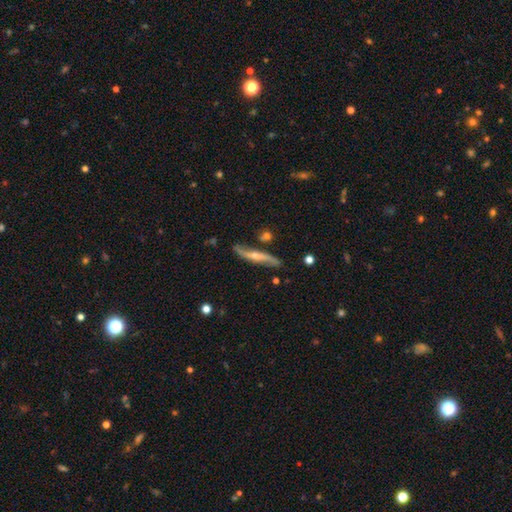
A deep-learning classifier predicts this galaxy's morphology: The model was most divided on "edge-on disk": yes: 59%, no: 41%. More confident: smooth or featured — featured or disk (78%); merging — none (75%).